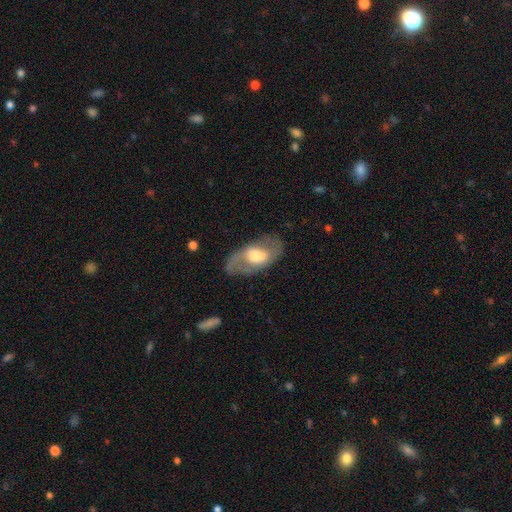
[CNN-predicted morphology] smooth_or_featured: featured or disk (p=0.63) [alt: smooth p=0.31]
disk_edge_on: no (p=0.90) [alt: yes p=0.10]
bar: no (p=0.47) [alt: weak p=0.38]
has_spiral_arms: yes (p=0.65) [alt: no p=0.35]
bulge_size: moderate (p=0.45) [alt: large p=0.38]
merging: none (p=0.72) [alt: minor disturbance p=0.17]